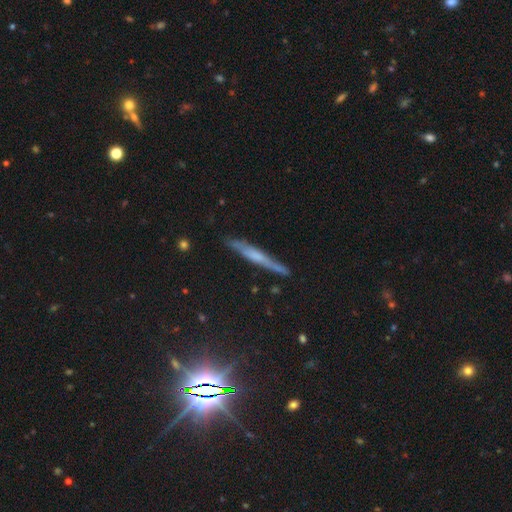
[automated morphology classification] A featured or disk galaxy (56%) viewed edge-on (92%) with no central bulge (41%). Merging: none (82%).